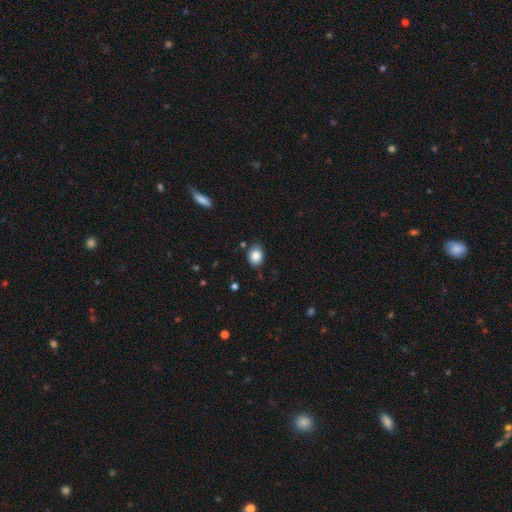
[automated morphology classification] smooth_or_featured: smooth (p=0.84) [alt: star or artifact p=0.08]
how_rounded: in between (p=0.68) [alt: round p=0.31]
merging: none (p=0.82) [alt: minor disturbance p=0.13]